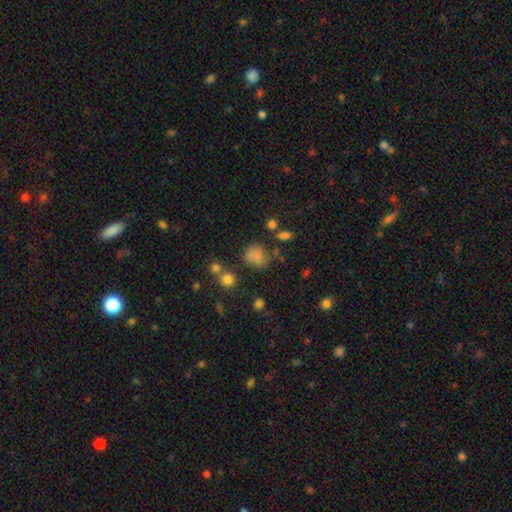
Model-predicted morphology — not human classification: This appears to be a smooth galaxy with no disk features (75%) that is round (65%). Merging: none (61%).